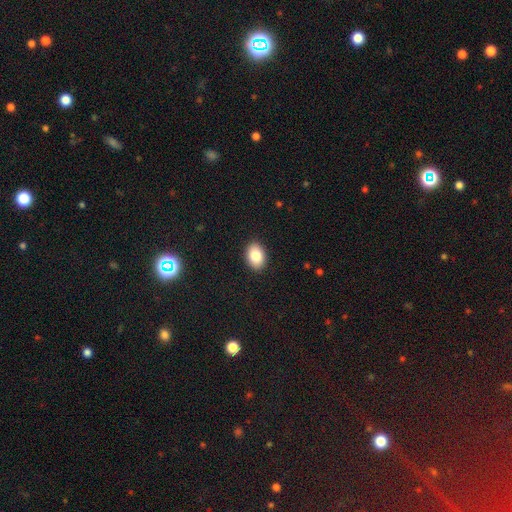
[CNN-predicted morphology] Smooth or featured? Predicted: smooth (p=0.84). How rounded? Predicted: in between (p=0.83). Merging? Predicted: none (p=0.90).